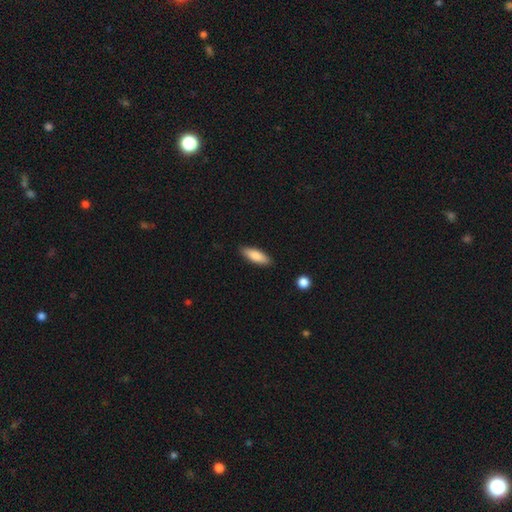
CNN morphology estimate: Smooth or featured: smooth — 83% (featured or disk — 11%)
How rounded: in between — 59% (cigar-shaped — 39%)
Merging: none — 88% (minor disturbance — 9%)